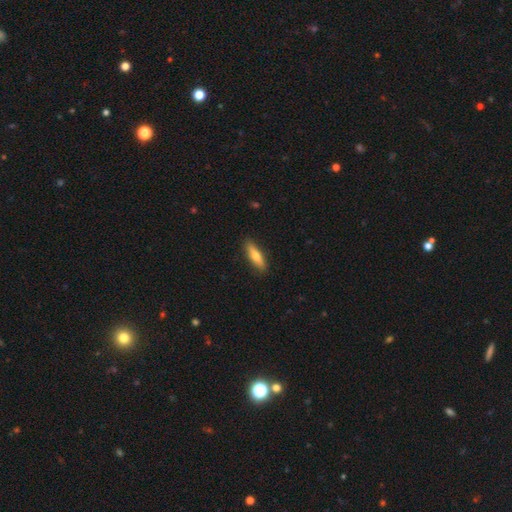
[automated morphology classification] smooth 68%, featured or disk 26%, star or artifact 6%. Down the decision tree: how rounded — cigar-shaped (61%); merging — none (89%).